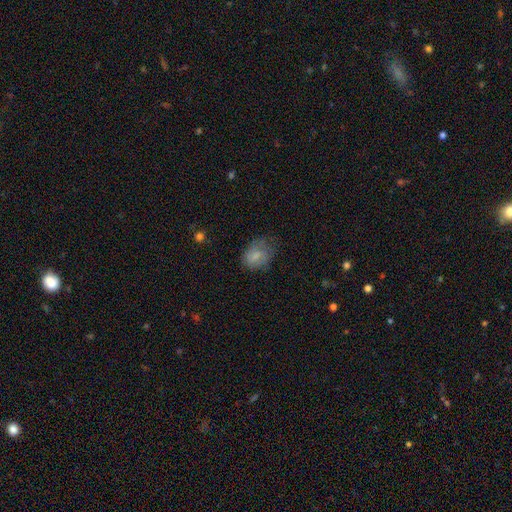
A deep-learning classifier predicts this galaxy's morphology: smooth 67%, featured or disk 24%, star or artifact 9%. Down the decision tree: how rounded — in between (66%); merging — none (49%).